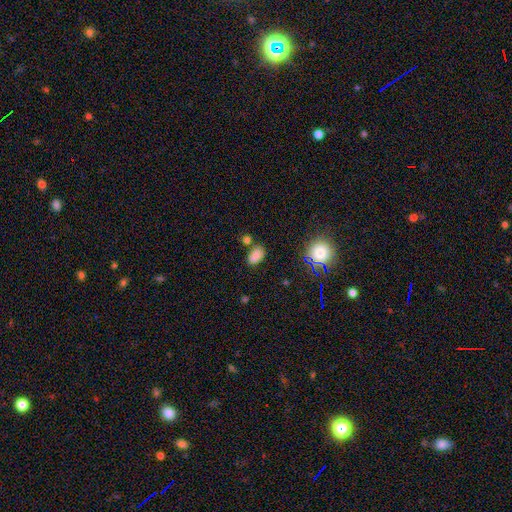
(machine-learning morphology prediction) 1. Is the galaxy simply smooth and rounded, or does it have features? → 78% smooth, 15% star or artifact, 7% featured or disk.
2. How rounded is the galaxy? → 89% in between, 9% round, 2% cigar-shaped.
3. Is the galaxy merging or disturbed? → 66% none, 17% minor disturbance, 11% merger, 5% major disturbance.